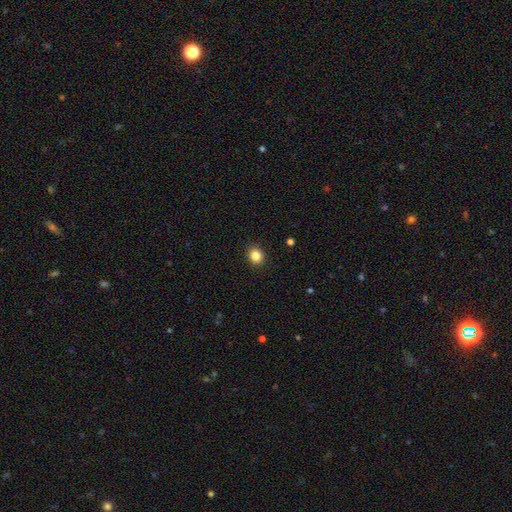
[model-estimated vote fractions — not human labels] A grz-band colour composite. It shows a smooth galaxy with no disk features (84%) that is round (73%). Merging: none (91%).